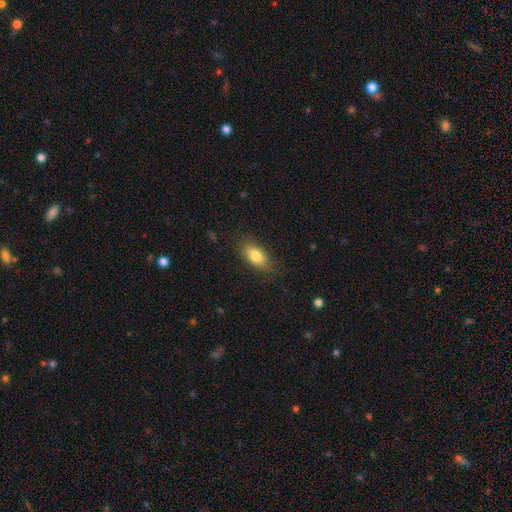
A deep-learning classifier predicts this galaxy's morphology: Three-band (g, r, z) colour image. It shows a smooth galaxy with no disk features (81%) that is in between round and cigar-shaped (87%). Merging: none (82%).